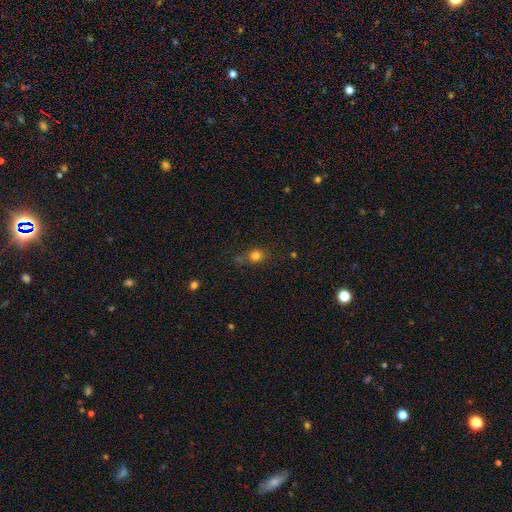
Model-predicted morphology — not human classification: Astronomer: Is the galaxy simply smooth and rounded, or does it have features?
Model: smooth — 77%.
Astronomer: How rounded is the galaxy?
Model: round — 76%.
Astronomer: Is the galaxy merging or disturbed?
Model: none — 66%.